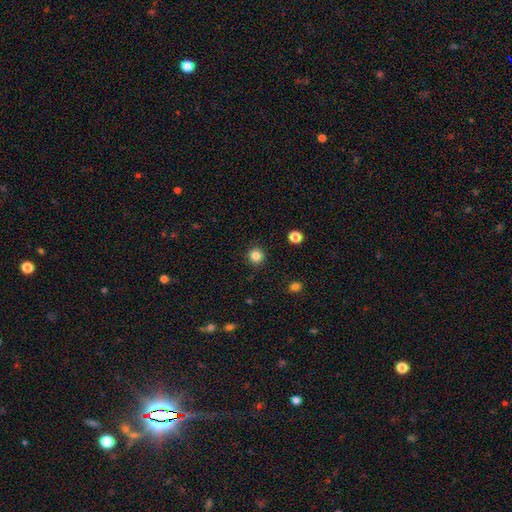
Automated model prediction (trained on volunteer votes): This is clearly a smooth galaxy (84%). How rounded: clearly round (93%). Merging: clearly none (91%).